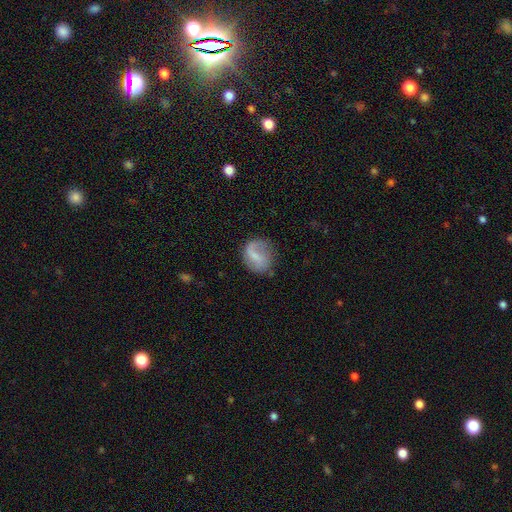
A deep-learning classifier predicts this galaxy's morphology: This is possibly a featured or disk galaxy (50%). Merging: possibly none (55%).